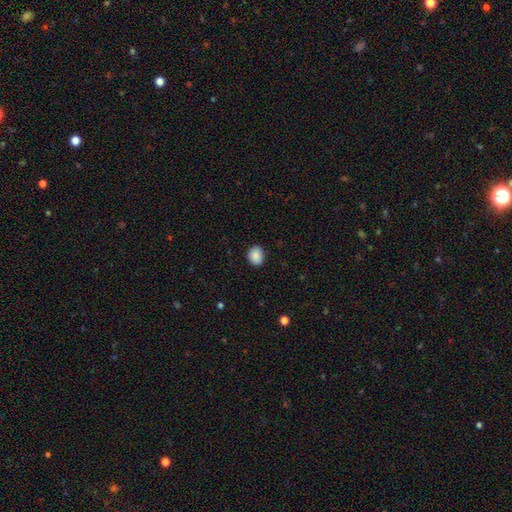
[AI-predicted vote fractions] smooth_or_featured: smooth (p=0.88) [alt: star or artifact p=0.08]
how_rounded: round (p=0.55) [alt: in between p=0.44]
merging: none (p=0.88) [alt: minor disturbance p=0.08]